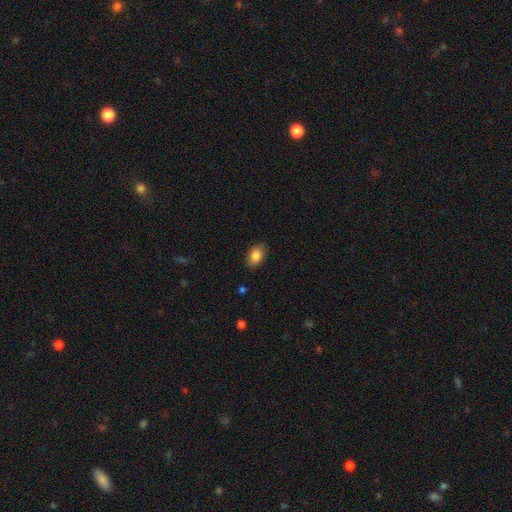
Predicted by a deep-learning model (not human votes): A smooth galaxy with no disk features (85%) that is in between round and cigar-shaped (85%). Merging: none (86%).